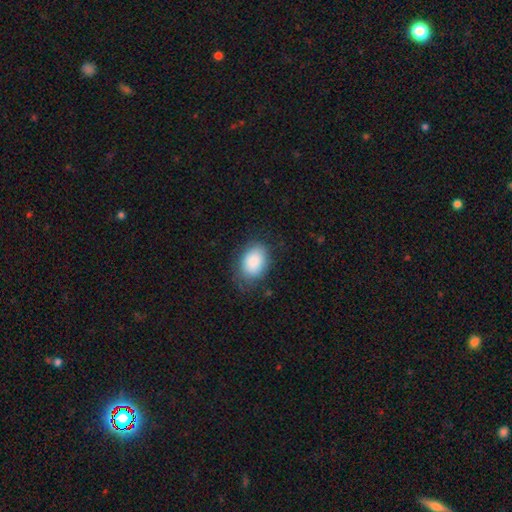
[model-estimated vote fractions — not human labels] Smooth or featured? smooth (82%)
How rounded? in between (77%)
Merging? none (78%)